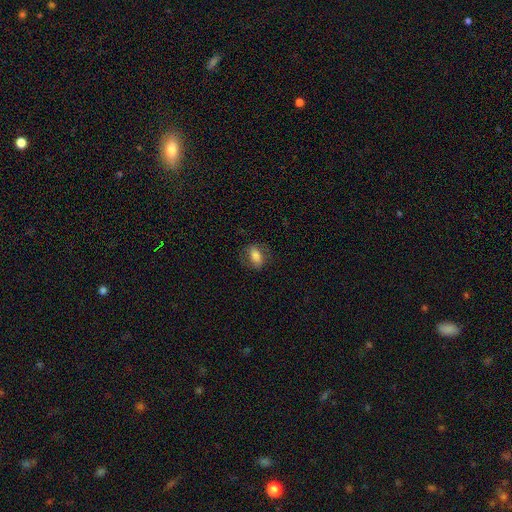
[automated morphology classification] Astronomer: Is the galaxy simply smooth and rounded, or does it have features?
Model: smooth — 74%.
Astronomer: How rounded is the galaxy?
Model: in between — 81%.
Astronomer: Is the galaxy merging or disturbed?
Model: none — 76%.